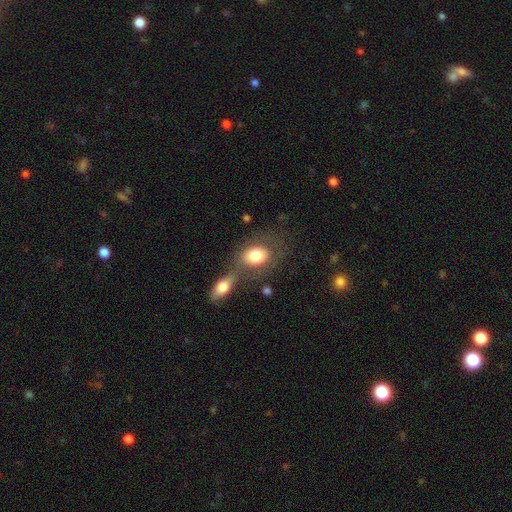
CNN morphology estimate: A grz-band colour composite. It shows a smooth galaxy with no disk features (77%) that is in between round and cigar-shaped (72%). Merging: none (42%).